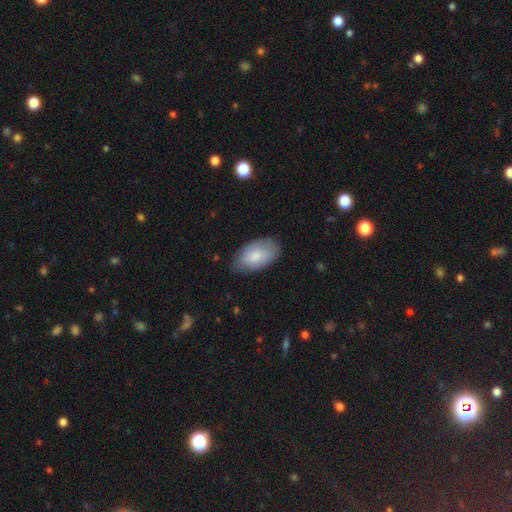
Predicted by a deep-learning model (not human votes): Smooth or featured? Predicted: smooth (p=0.79). How rounded? Predicted: in between (p=0.95). Merging? Predicted: none (p=0.76).